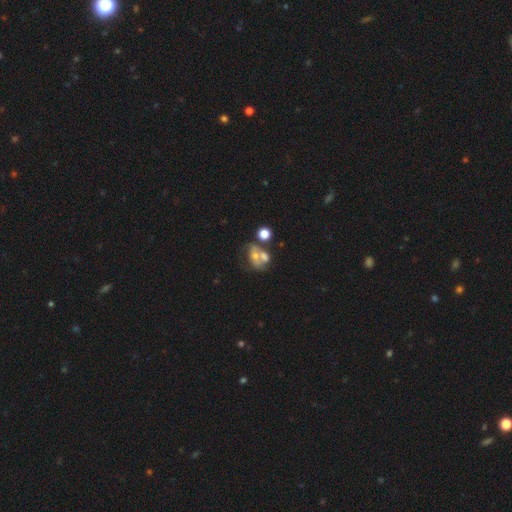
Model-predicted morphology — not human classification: A featured or disk galaxy (44%). Merging: merger (45%).